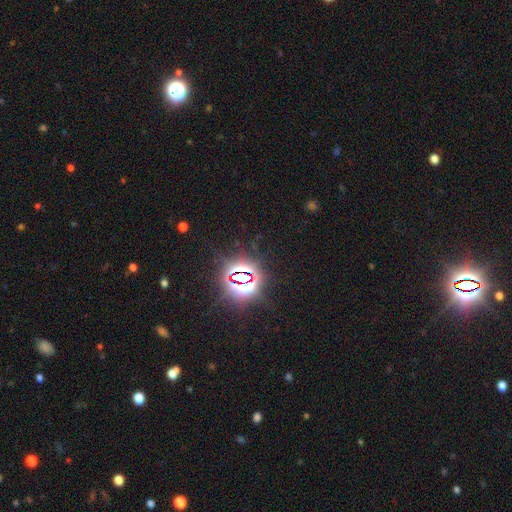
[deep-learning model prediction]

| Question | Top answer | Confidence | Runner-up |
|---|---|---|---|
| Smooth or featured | star or artifact | 85% | smooth (9%) |